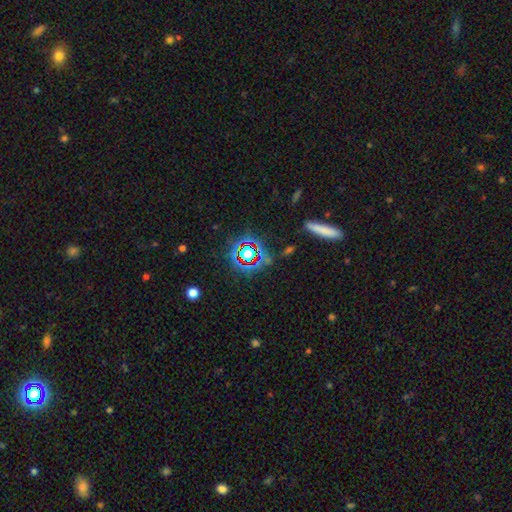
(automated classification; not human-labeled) Smooth or featured?
  - star or artifact: 65% *
  - smooth: 23%
  - featured or disk: 12%